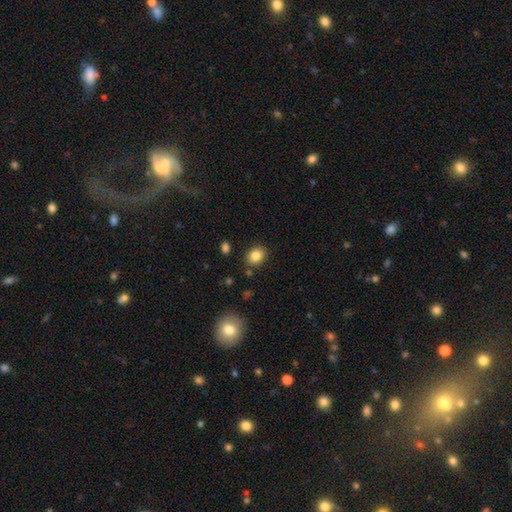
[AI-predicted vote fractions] smooth_or_featured: smooth (p=0.85) [alt: star or artifact p=0.09]
how_rounded: in between (p=0.50) [alt: round p=0.49]
merging: none (p=0.85) [alt: minor disturbance p=0.09]